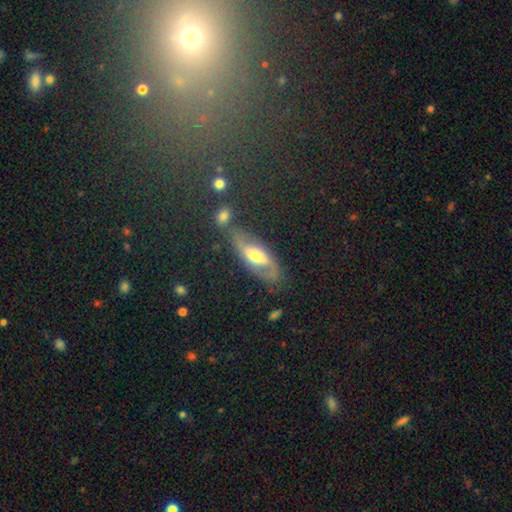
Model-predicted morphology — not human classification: This appears to be a featured or disk galaxy (57%). Merging: none (61%).